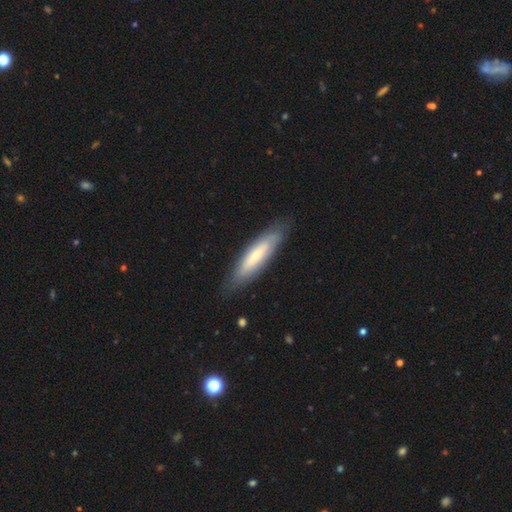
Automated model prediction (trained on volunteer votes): The model was most divided on "smooth or featured": smooth: 53%, featured or disk: 42%, star or artifact: 6%. More confident: merging — none (81%); how rounded — cigar-shaped (72%).